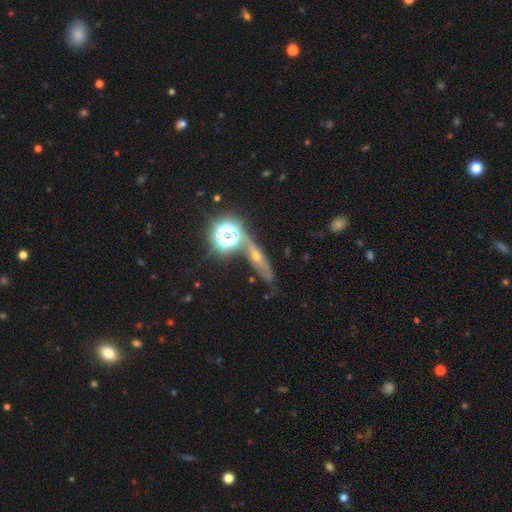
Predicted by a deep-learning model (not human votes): A star or artifact, not a galaxy (41%).